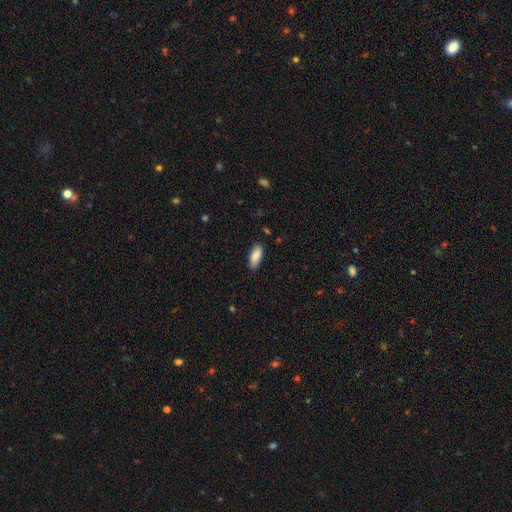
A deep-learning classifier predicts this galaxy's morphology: Smooth or featured? Predicted: smooth (p=0.88). How rounded? Predicted: in between (p=0.83). Merging? Predicted: none (p=0.84).